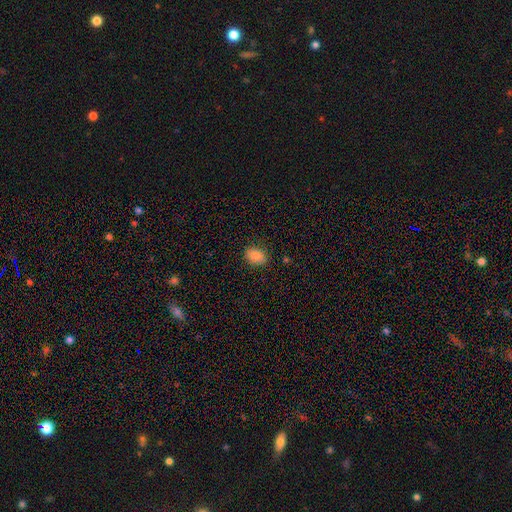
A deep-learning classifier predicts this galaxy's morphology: This is clearly a smooth galaxy (86%). How rounded: likely in between (72%). Merging: clearly none (85%).